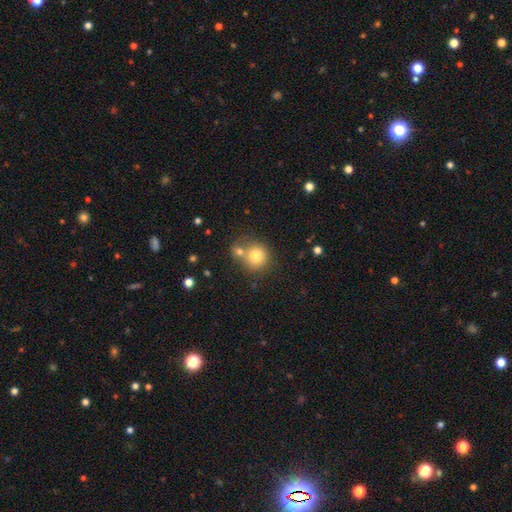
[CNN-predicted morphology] The model was most divided on "merging": none: 54%, merger: 32%, minor disturbance: 10%, major disturbance: 4%. More confident: how rounded — round (88%); smooth or featured — smooth (78%).